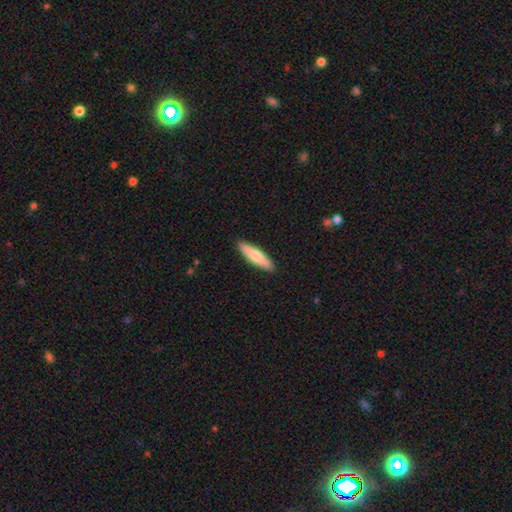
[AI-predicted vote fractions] This appears to be a smooth galaxy with no disk features (73%) that is cigar-shaped (77%). Merging: none (90%).